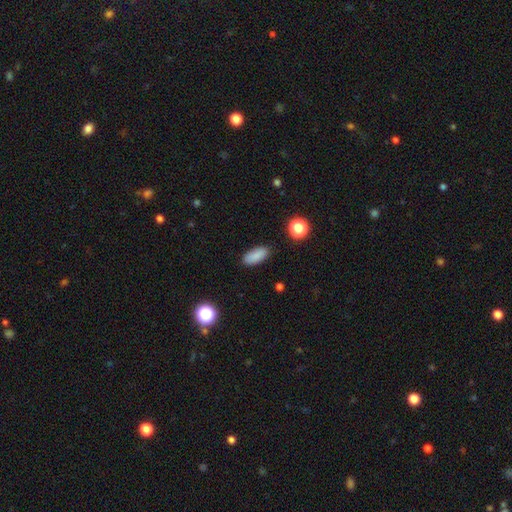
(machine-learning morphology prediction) This is clearly a smooth galaxy (87%). How rounded: clearly in between (81%). Merging: clearly none (88%).